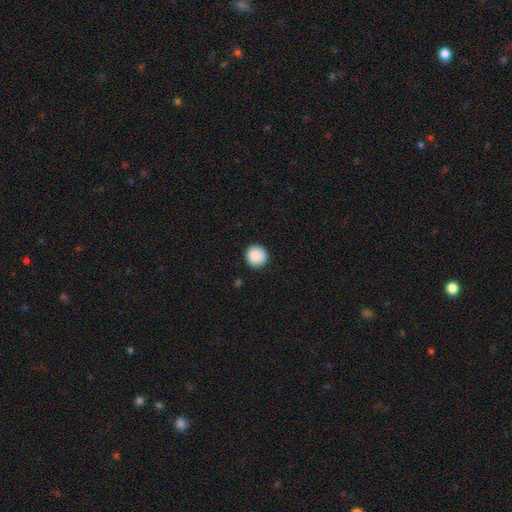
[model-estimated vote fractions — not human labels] Smooth or featured? Predicted: smooth (p=0.89). How rounded? Predicted: round (p=0.95). Merging? Predicted: none (p=0.91).